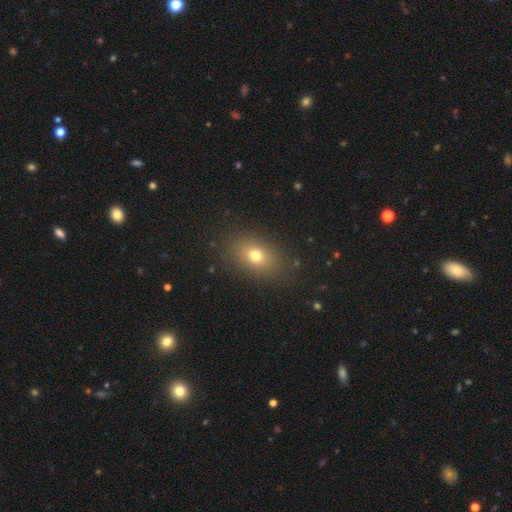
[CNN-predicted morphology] smooth_or_featured: smooth (p=0.73) [alt: featured or disk p=0.14]
how_rounded: in between (p=0.75) [alt: round p=0.23]
merging: none (p=0.86) [alt: minor disturbance p=0.09]